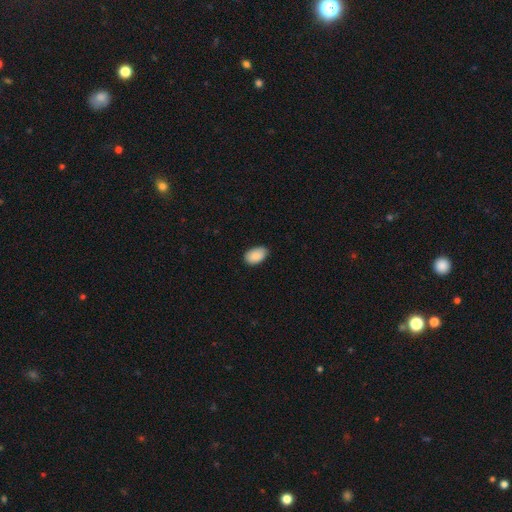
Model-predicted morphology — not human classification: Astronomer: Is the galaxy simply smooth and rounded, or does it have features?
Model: smooth — 88%.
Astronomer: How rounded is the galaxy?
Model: in between — 92%.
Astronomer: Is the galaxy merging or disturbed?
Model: none — 79%.